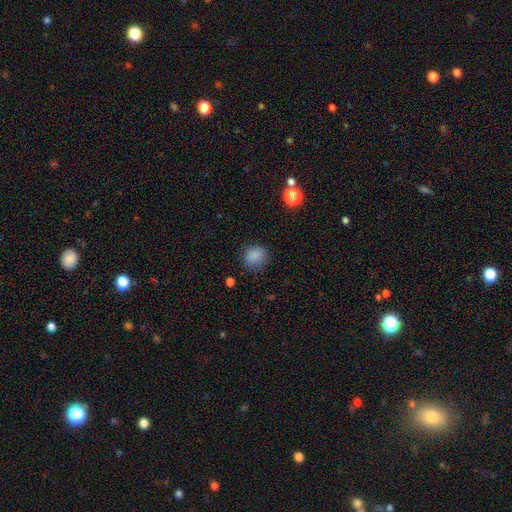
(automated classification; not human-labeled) Morphology: type=smooth (83%); roundness=round (71%); merging=none (79%).